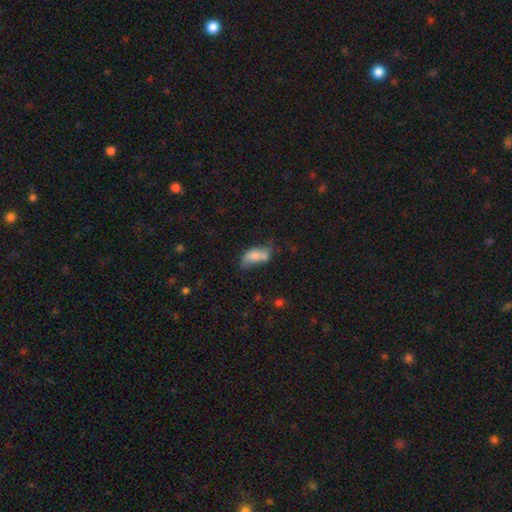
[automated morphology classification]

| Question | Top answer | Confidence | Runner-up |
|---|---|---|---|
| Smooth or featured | smooth | 66% | featured or disk (24%) |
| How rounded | in between | 86% | cigar-shaped (8%) |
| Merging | merger | 32% | none (28%) |